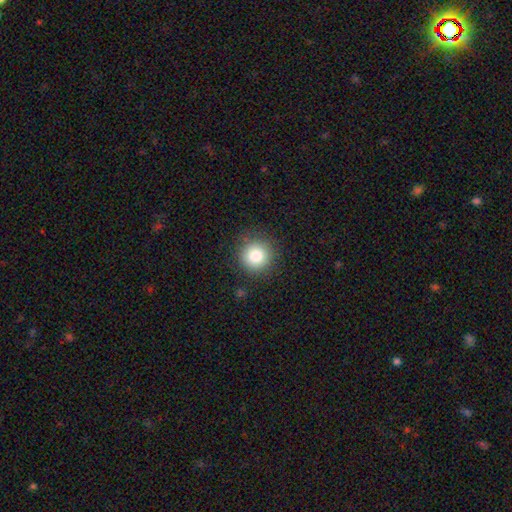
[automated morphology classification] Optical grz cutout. It shows a smooth galaxy with no disk features (83%) that is round (94%). Merging: none (88%).